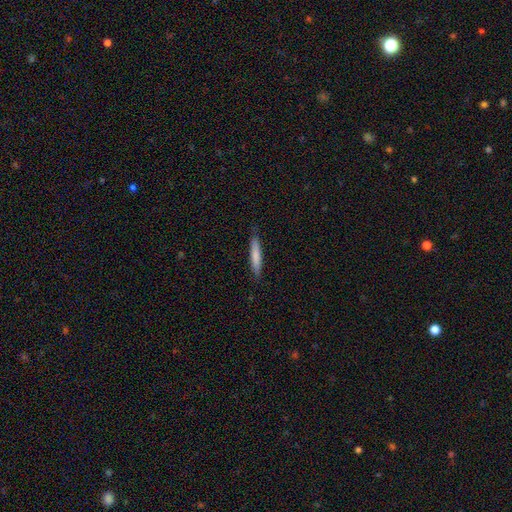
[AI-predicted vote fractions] A smooth galaxy with no disk features (76%) that is cigar-shaped (92%).

Vote fractions:
- Smooth or featured? smooth: 76% / featured or disk: 18% / star or artifact: 5%
- How rounded? cigar-shaped: 92% / in between: 6% / round: 1%
- Merging? none: 87% / minor disturbance: 10% / major disturbance: 2% / merger: 1%